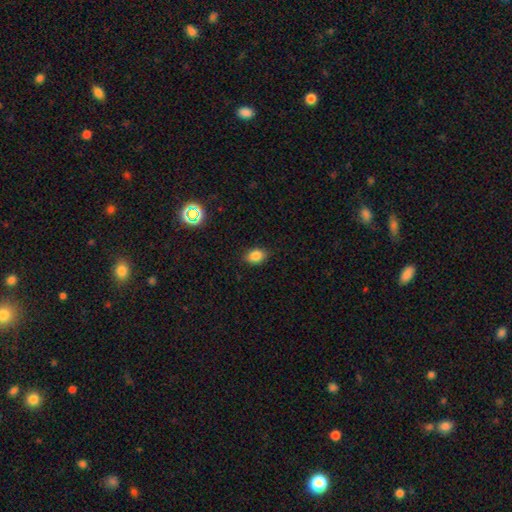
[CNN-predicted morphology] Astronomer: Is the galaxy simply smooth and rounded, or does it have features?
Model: smooth — 85%.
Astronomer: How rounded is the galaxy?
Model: in between — 75%.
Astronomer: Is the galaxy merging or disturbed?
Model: none — 87%.